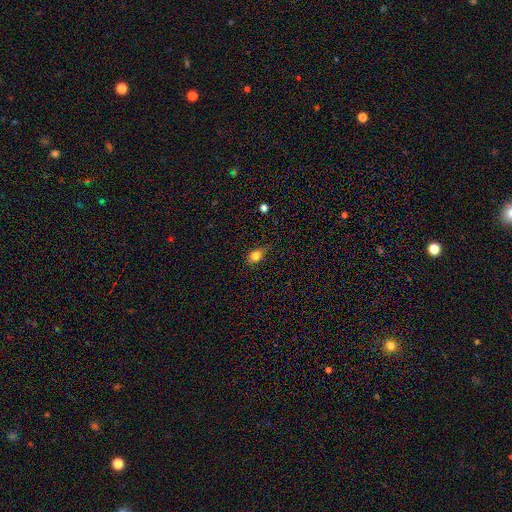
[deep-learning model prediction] Smooth or featured? Predicted: smooth (p=0.80). How rounded? Predicted: round (p=0.50). Merging? Predicted: none (p=0.67).